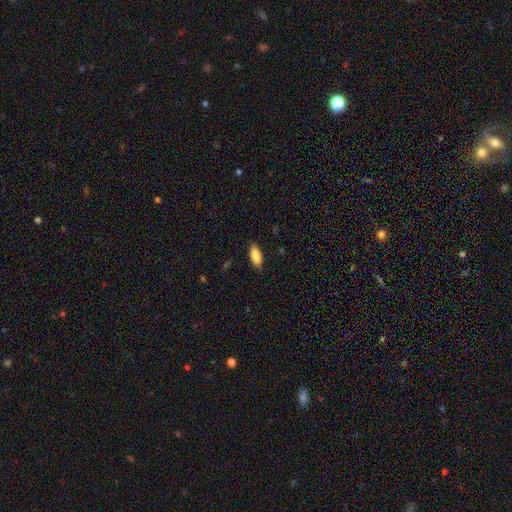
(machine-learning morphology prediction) smooth 87%, featured or disk 7%, star or artifact 6%. Down the decision tree: how rounded — in between (77%); merging — none (85%).